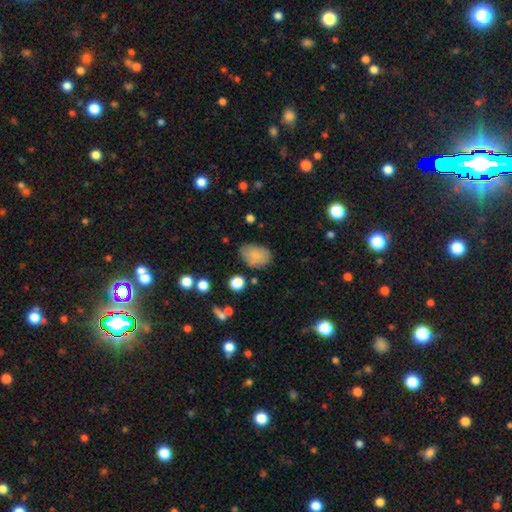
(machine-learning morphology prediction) smooth_or_featured: smooth (p=0.81) [alt: featured or disk p=0.10]
how_rounded: in between (p=0.84) [alt: round p=0.15]
merging: none (p=0.69) [alt: minor disturbance p=0.22]